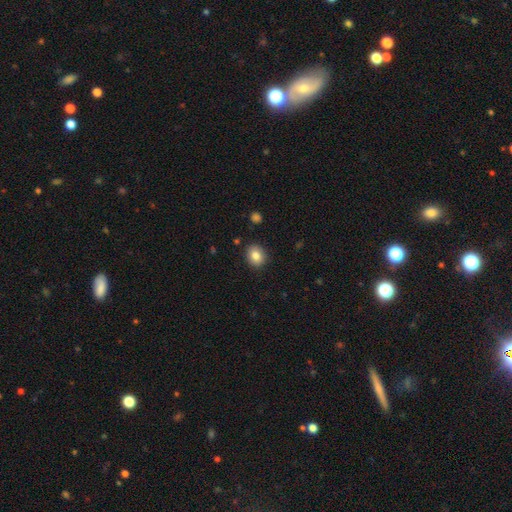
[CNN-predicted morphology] type=smooth (84%); roundness=round (64%); merging=none (89%).